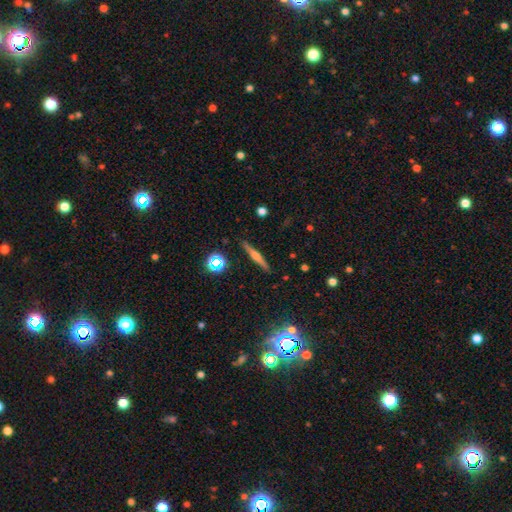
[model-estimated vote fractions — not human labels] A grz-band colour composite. It shows a featured or disk galaxy (58%) viewed edge-on (97%) with a rounded central bulge (75%). Merging: none (90%).